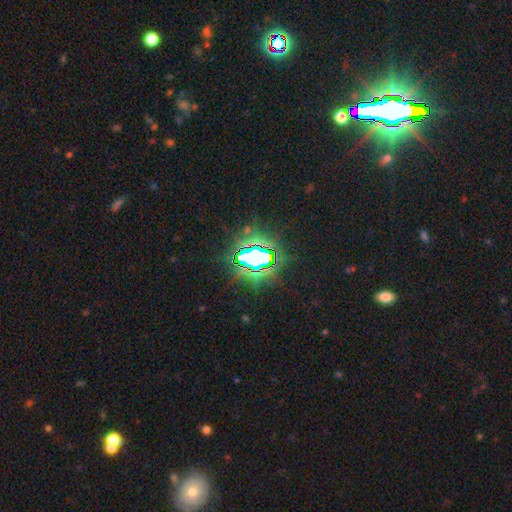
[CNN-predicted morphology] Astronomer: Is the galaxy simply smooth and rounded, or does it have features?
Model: star or artifact — 74%.